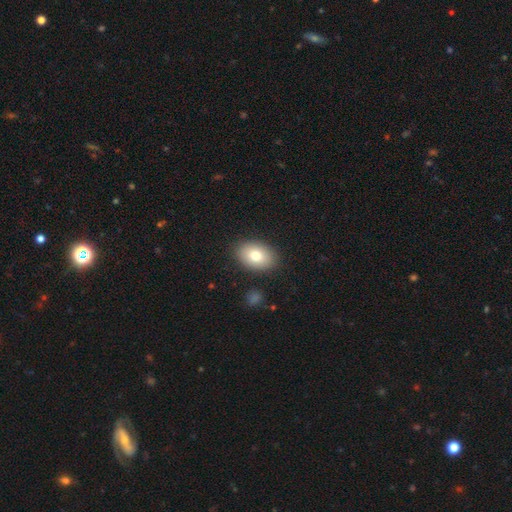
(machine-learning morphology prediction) Smooth or featured? smooth (78%)
How rounded? in between (84%)
Merging? none (87%)